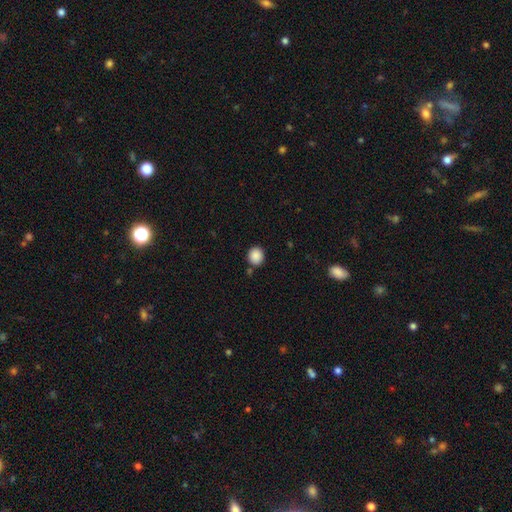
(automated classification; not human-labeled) Smooth or featured: smooth — 88% (star or artifact — 9%)
How rounded: round — 84% (in between — 15%)
Merging: none — 85% (minor disturbance — 9%)